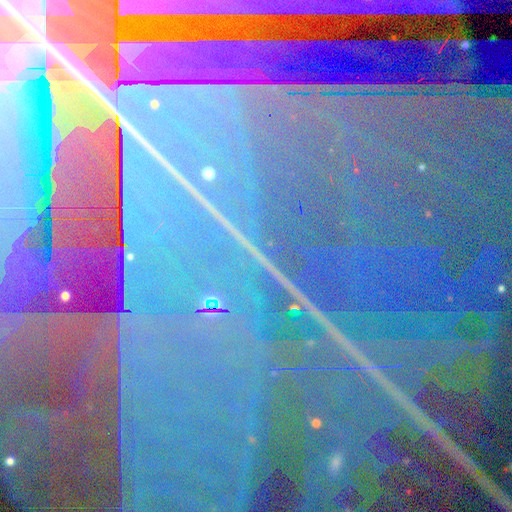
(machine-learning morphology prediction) Smooth or featured? star or artifact (89%)